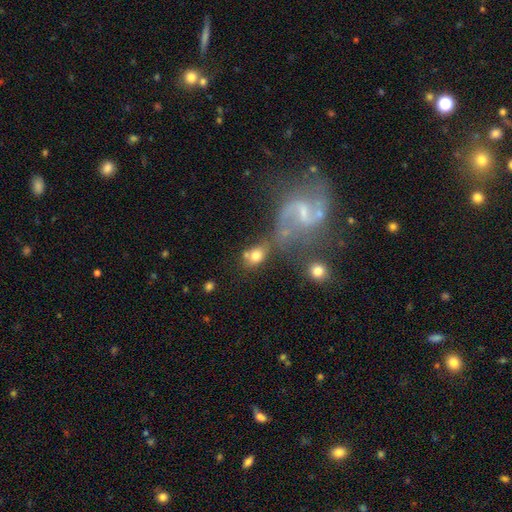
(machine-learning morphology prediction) The model was most divided on "merging": none: 47%, merger: 27%, minor disturbance: 16%, major disturbance: 10%. More confident: smooth or featured — smooth (71%); how rounded — in between (61%).